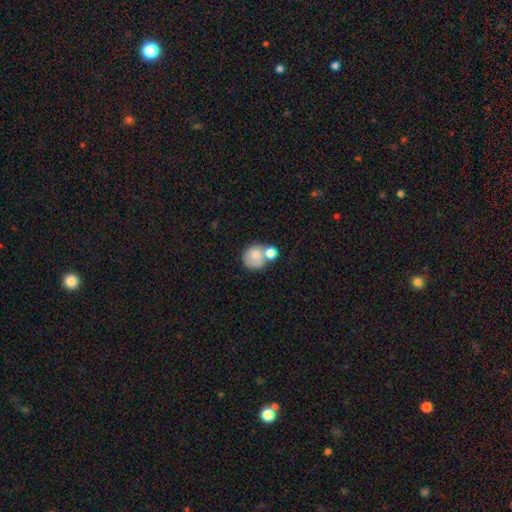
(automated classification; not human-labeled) A smooth galaxy with no disk features (73%) that is round (80%). Merging: merger (48%).